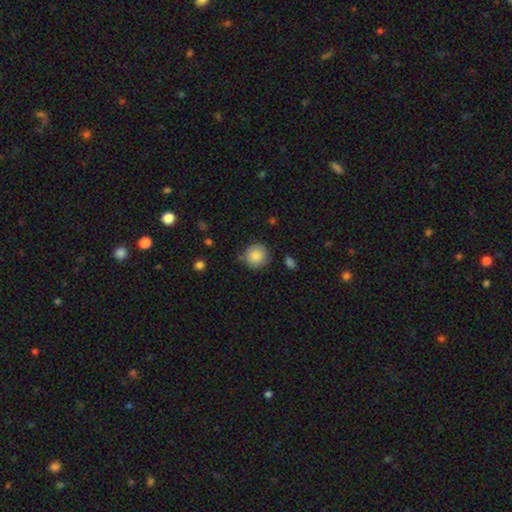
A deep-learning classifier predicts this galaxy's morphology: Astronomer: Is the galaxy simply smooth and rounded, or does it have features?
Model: smooth — 85%.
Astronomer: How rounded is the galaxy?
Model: round — 93%.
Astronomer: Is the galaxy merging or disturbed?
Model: none — 80%.